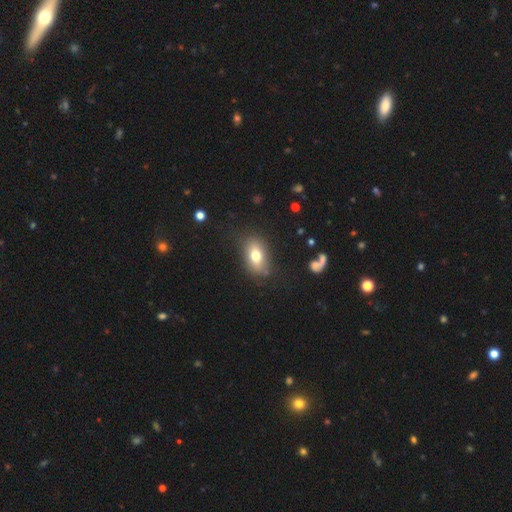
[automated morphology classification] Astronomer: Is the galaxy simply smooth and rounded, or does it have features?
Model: smooth — 73%.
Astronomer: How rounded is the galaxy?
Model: in between — 84%.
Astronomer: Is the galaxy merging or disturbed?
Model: none — 79%.